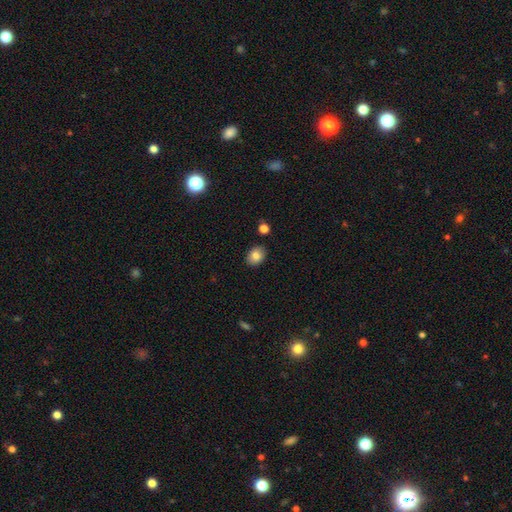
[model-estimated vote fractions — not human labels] smooth-or-featured: smooth: 82% | featured or disk: 9% | star or artifact: 9%
  how-rounded: in between: 64% | round: 35% | cigar-shaped: 1%
  merging: none: 87% | minor disturbance: 9% | merger: 2% | major disturbance: 2%